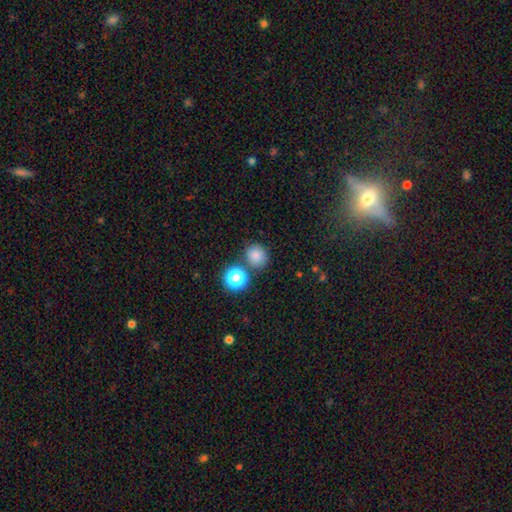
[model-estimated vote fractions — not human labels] A smooth galaxy with no disk features (80%) that is round (85%).

Vote fractions:
- Smooth or featured? smooth: 80% / star or artifact: 15% / featured or disk: 5%
- How rounded? round: 85% / in between: 14% / cigar-shaped: 1%
- Merging? none: 75% / merger: 11% / minor disturbance: 10% / major disturbance: 3%